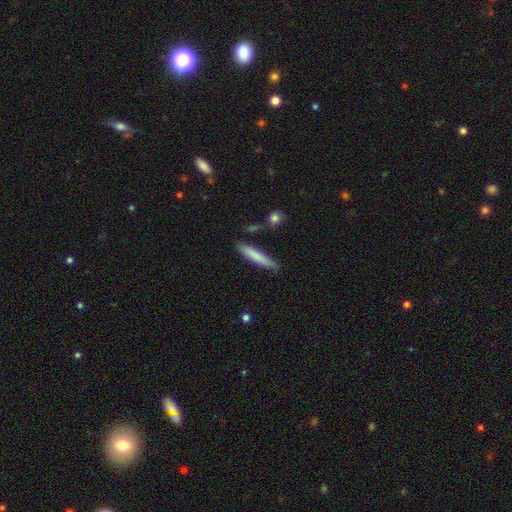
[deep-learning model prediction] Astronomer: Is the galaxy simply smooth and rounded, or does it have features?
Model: smooth — 76%.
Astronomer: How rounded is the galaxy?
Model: cigar-shaped — 91%.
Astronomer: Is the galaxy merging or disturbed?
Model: none — 83%.